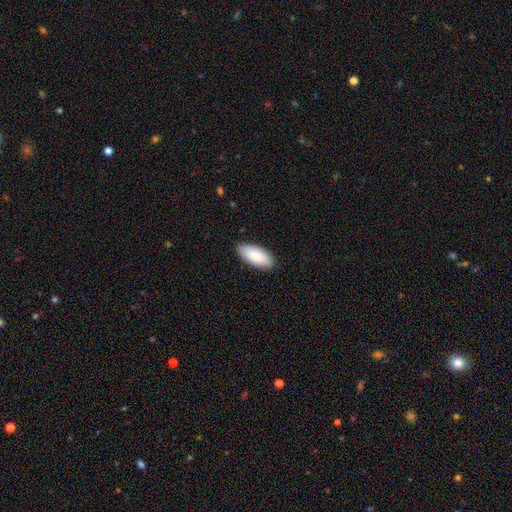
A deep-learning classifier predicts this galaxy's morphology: smooth-or-featured: smooth: 88% | featured or disk: 7% | star or artifact: 5%
  how-rounded: in between: 89% | cigar-shaped: 10% | round: 2%
  merging: none: 88% | minor disturbance: 9% | major disturbance: 2% | merger: 1%